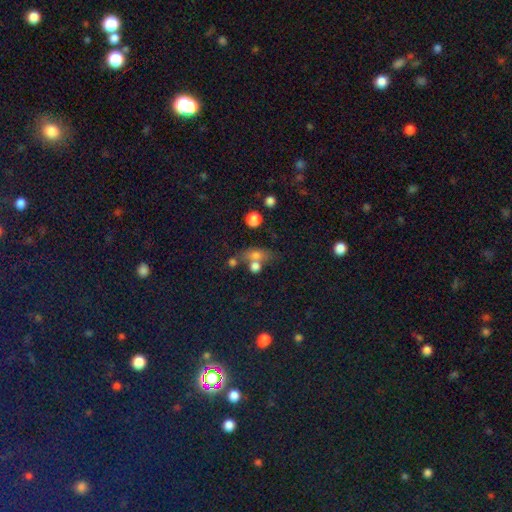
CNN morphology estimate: type=smooth (66%); roundness=in between (53%); merging=none (45%).